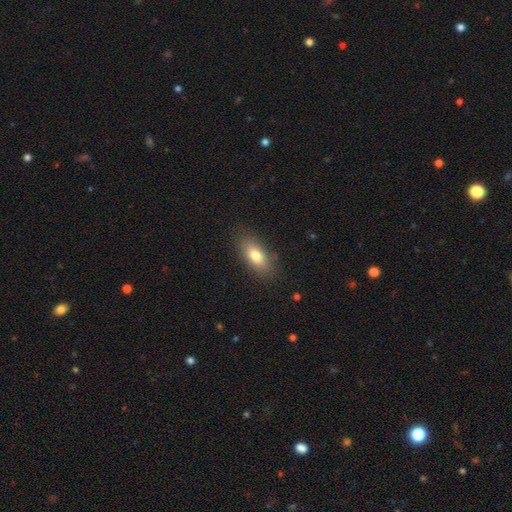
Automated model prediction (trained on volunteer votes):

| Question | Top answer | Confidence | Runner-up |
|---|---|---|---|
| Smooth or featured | smooth | 77% | featured or disk (15%) |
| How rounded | in between | 85% | cigar-shaped (9%) |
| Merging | none | 84% | minor disturbance (12%) |